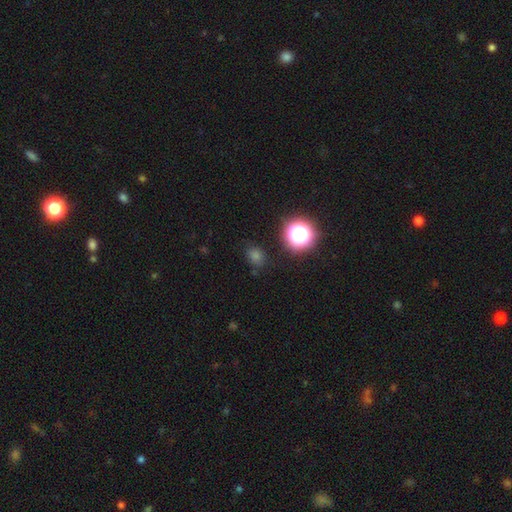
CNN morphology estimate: smooth 58%, star or artifact 36%, featured or disk 6%. Down the decision tree: how rounded — round (67%); merging — none (82%).